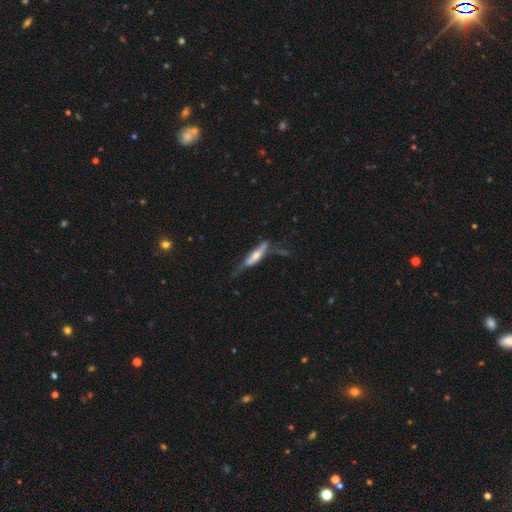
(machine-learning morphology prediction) The model was most divided on "smooth or featured": featured or disk: 51%, smooth: 42%, star or artifact: 7%. Remaining: edge-on disk — yes (78%); merging — none (40%).